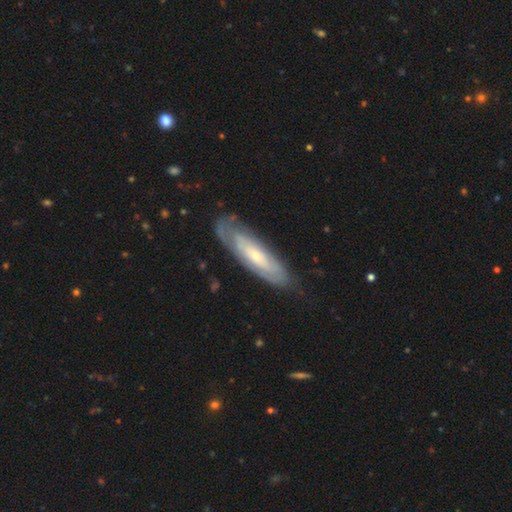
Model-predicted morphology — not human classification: Smooth or featured?
  - featured or disk: 65% *
  - smooth: 29%
  - star or artifact: 6%
Edge-on disk?
  - no: 73% *
  - yes: 27%
Merging?
  - none: 71% *
  - minor disturbance: 20%
  - major disturbance: 7%
  - merger: 2%